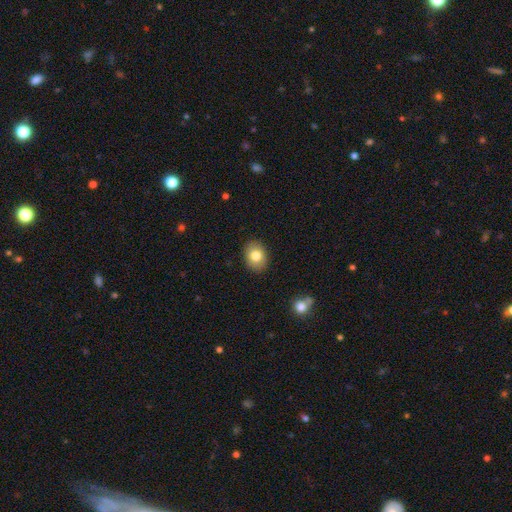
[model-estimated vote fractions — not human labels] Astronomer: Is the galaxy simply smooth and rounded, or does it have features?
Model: smooth — 80%.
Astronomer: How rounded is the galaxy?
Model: in between — 61% (runner-up: round, 38%).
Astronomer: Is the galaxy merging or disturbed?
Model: none — 89%.